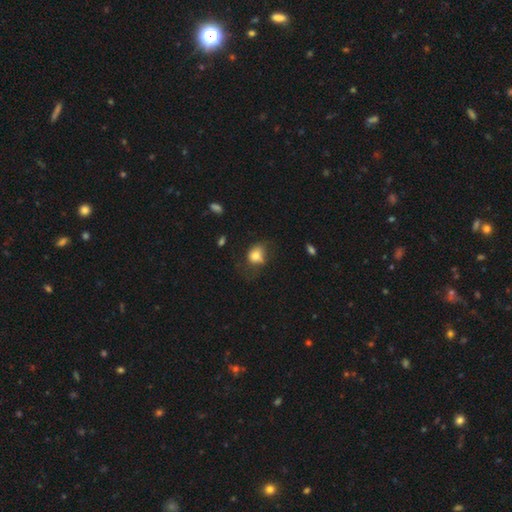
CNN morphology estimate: smooth-or-featured: smooth: 76% | featured or disk: 14% | star or artifact: 10%
  how-rounded: round: 51% | in between: 48% | cigar-shaped: 1%
  merging: none: 41% | minor disturbance: 31% | major disturbance: 23% | merger: 4%